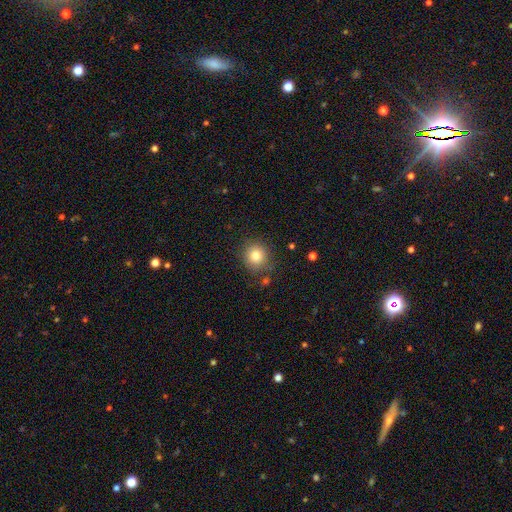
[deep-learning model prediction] This appears to be a smooth galaxy with no disk features (80%) that is round (89%). Merging: none (84%).